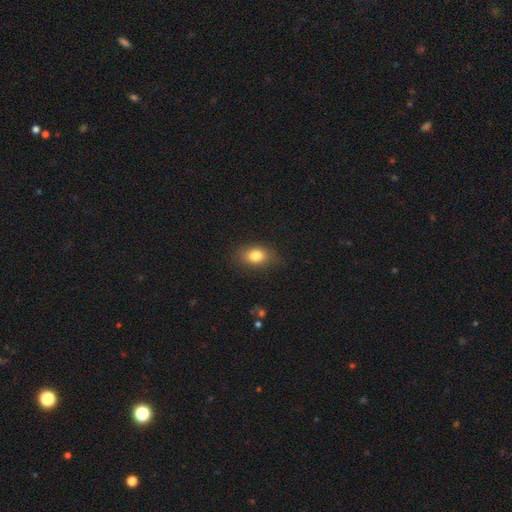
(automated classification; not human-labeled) smooth-or-featured: smooth: 81% | star or artifact: 10% | featured or disk: 9%
  how-rounded: in between: 76% | round: 22% | cigar-shaped: 2%
  merging: none: 82% | minor disturbance: 14% | major disturbance: 4% | merger: 1%